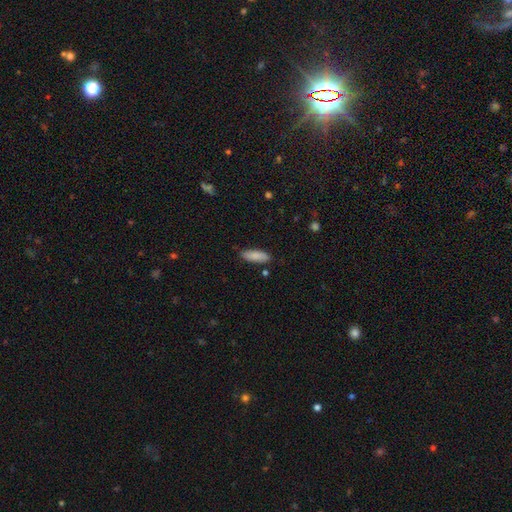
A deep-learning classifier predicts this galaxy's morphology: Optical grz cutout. It shows a smooth galaxy with no disk features (86%) that is in between round and cigar-shaped (60%). Merging: none (85%).